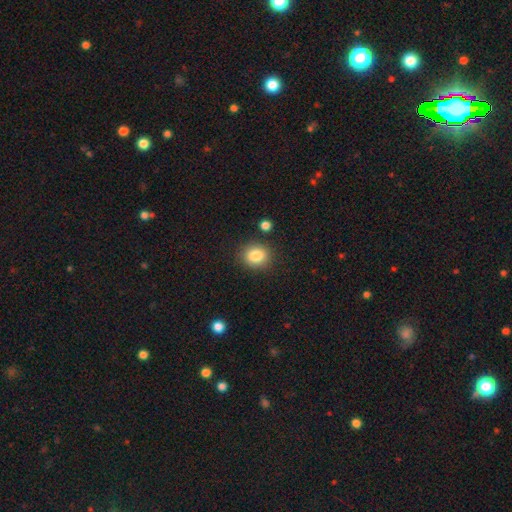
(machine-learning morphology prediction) This appears to be a smooth galaxy with no disk features (85%) that is round (70%). Merging: none (85%).